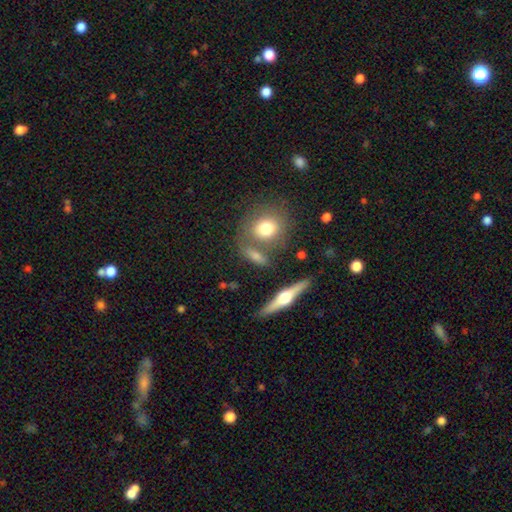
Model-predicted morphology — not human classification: type=smooth (57%); roundness=round (49%); merging=none (67%).